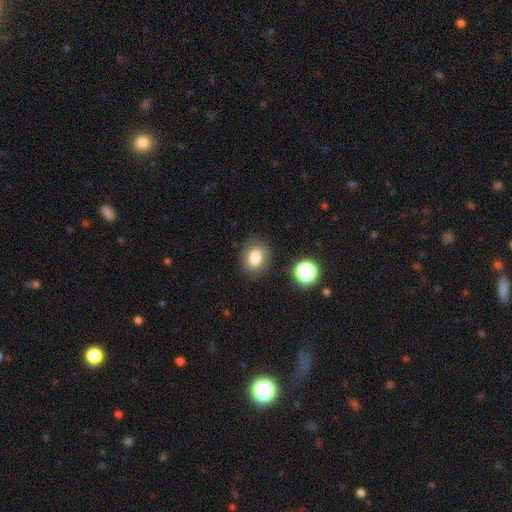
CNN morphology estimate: A smooth galaxy with no disk features (74%) that is in between round and cigar-shaped (60%). Merging: none (81%).